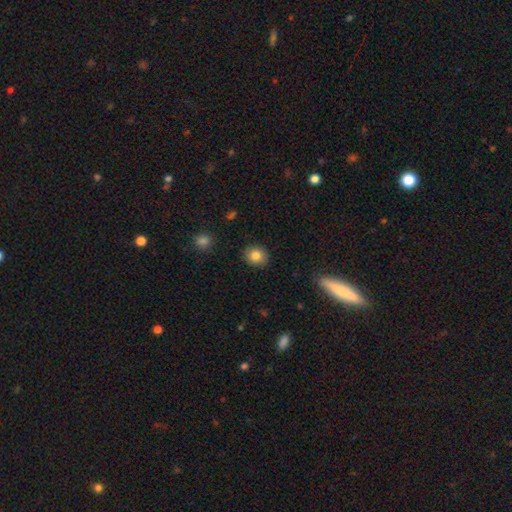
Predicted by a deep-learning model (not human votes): smooth-or-featured: smooth: 82% | star or artifact: 10% | featured or disk: 9%
  how-rounded: round: 77% | in between: 22% | cigar-shaped: 1%
  merging: none: 89% | minor disturbance: 8% | major disturbance: 2% | merger: 1%